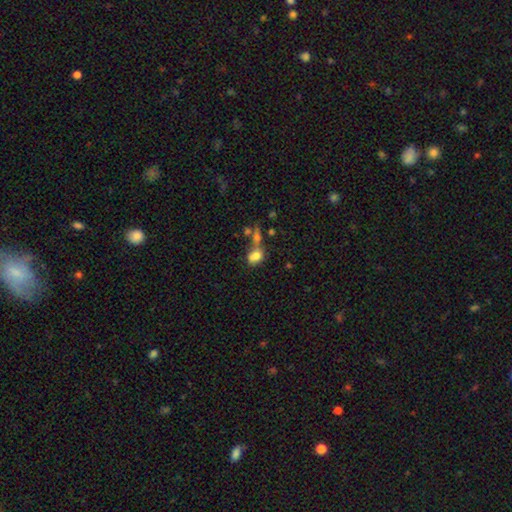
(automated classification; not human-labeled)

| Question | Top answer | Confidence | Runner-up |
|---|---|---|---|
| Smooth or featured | smooth | 74% | featured or disk (14%) |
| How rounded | in between | 72% | round (25%) |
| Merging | merger | 43% | none (30%) |